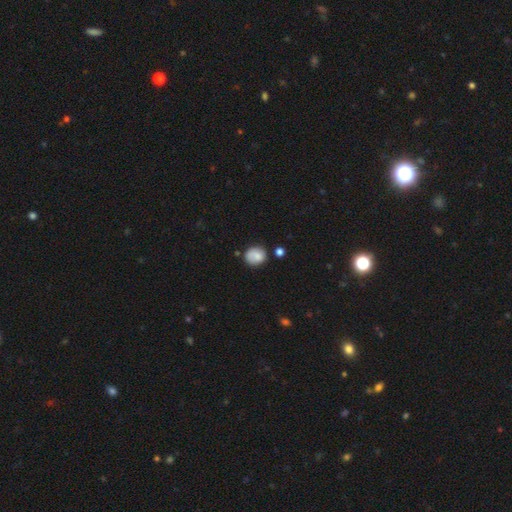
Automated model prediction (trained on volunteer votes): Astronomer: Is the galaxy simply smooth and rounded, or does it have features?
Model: smooth — 79%.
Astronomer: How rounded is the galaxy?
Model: round — 74%.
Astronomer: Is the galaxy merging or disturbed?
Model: none — 68%.